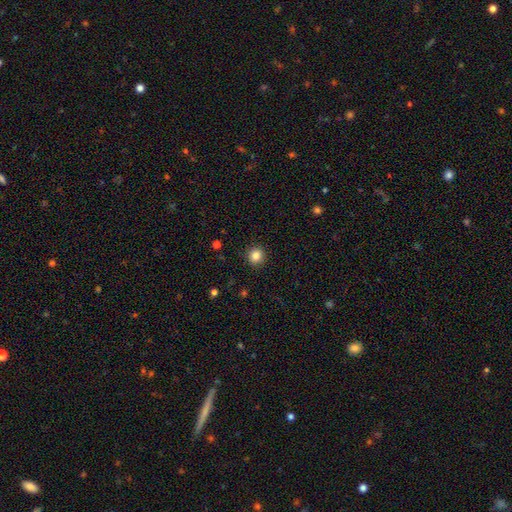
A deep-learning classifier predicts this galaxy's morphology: smooth-or-featured: smooth: 84% | star or artifact: 11% | featured or disk: 5%
  how-rounded: round: 92% | in between: 7% | cigar-shaped: 1%
  merging: none: 92% | minor disturbance: 5% | major disturbance: 2% | merger: 1%